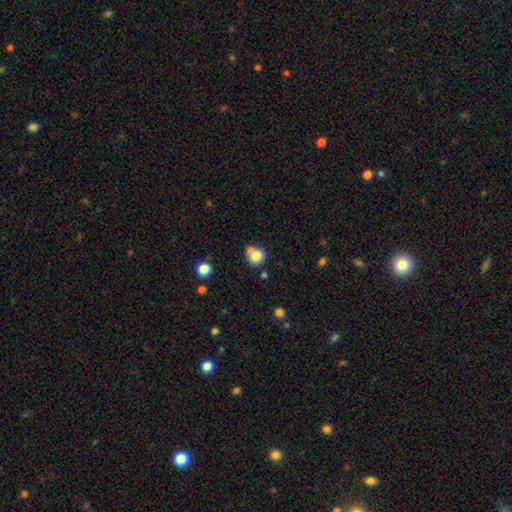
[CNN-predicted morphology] Smooth or featured? smooth (82%)
How rounded? round (83%)
Merging? none (52%)